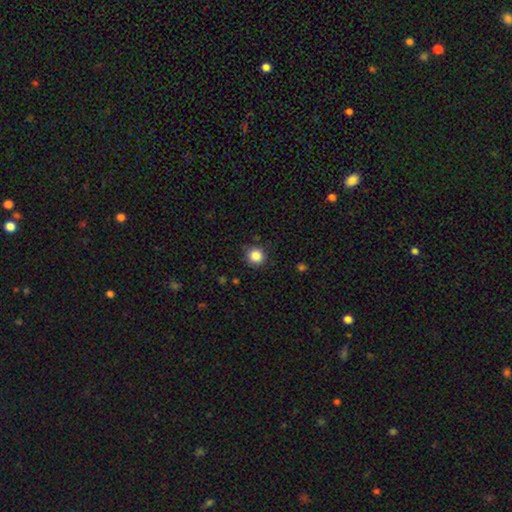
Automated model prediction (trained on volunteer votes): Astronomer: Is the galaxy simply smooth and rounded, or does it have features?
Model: smooth — 86%.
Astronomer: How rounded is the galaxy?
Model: round — 91%.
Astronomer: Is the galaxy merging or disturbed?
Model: none — 86%.